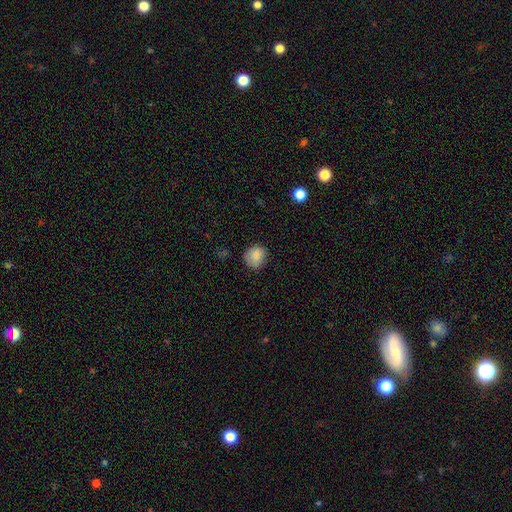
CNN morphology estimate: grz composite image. It shows a smooth galaxy with no disk features (86%) that is round (80%). Merging: none (77%).